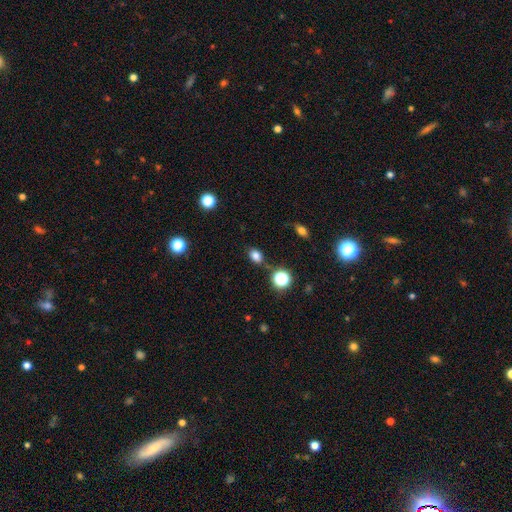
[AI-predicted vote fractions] Smooth or featured: smooth — 79% (star or artifact — 16%)
How rounded: in between — 65% (round — 34%)
Merging: none — 75% (minor disturbance — 15%)